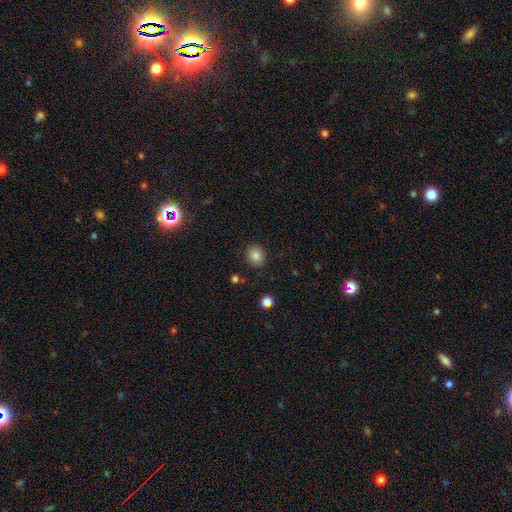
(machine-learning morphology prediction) Smooth or featured?
  - smooth: 84% *
  - star or artifact: 10%
  - featured or disk: 6%
How rounded?
  - round: 67% *
  - in between: 32%
  - cigar-shaped: 1%
Merging?
  - none: 88% *
  - minor disturbance: 8%
  - major disturbance: 2%
  - merger: 2%